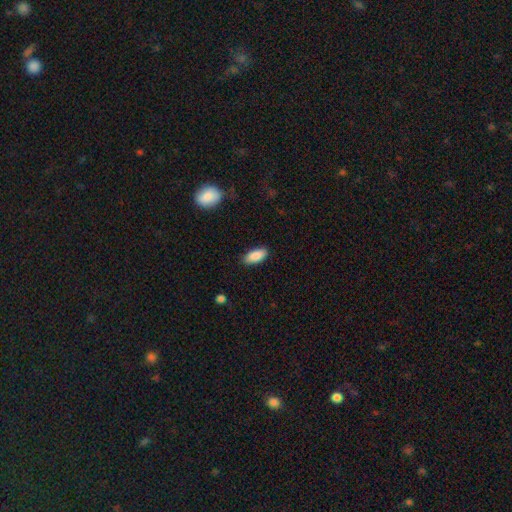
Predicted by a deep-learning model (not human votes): A smooth galaxy with no disk features (89%) that is in between round and cigar-shaped (88%).

Vote fractions:
- Smooth or featured? smooth: 89% / star or artifact: 6% / featured or disk: 5%
- How rounded? in between: 88% / cigar-shaped: 10% / round: 2%
- Merging? none: 87% / minor disturbance: 10% / major disturbance: 2% / merger: 1%